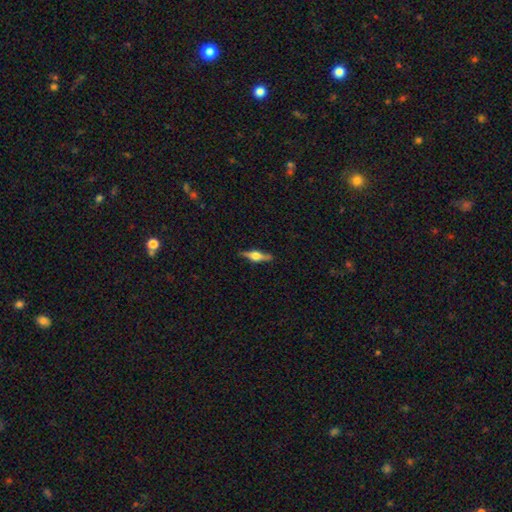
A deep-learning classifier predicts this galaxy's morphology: Smooth or featured? featured or disk (72%)
Edge-on disk? yes (97%)
Edge-on bulge? rounded (92%)
Merging? none (88%)